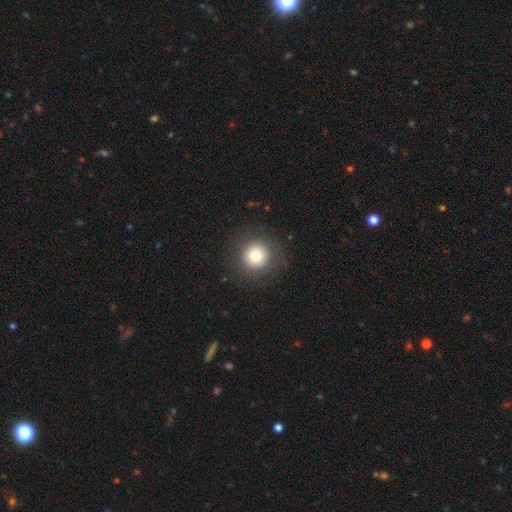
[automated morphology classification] smooth-or-featured: smooth: 79% | star or artifact: 11% | featured or disk: 10%
  how-rounded: round: 95% | in between: 4% | cigar-shaped: 1%
  merging: none: 89% | minor disturbance: 7% | major disturbance: 4% | merger: 1%